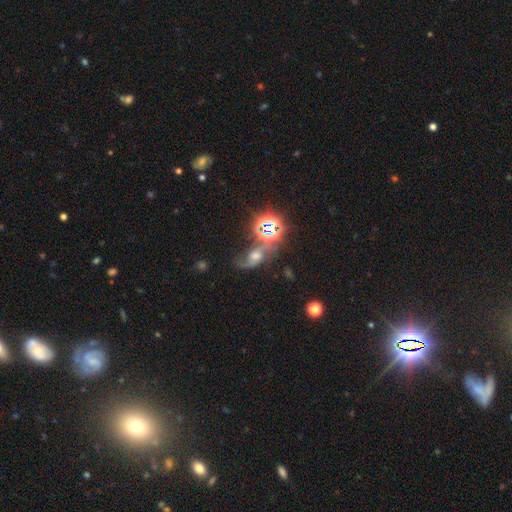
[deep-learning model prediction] smooth_or_featured: featured or disk (p=0.48) [alt: star or artifact p=0.32]
merging: none (p=0.41) [alt: major disturbance p=0.23]